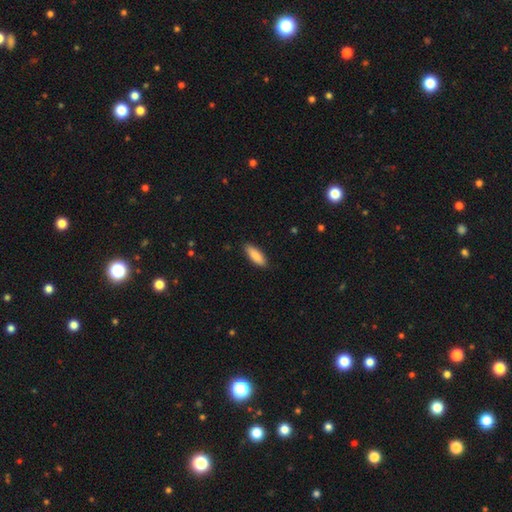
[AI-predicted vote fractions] Smooth or featured? Predicted: smooth (p=0.88). How rounded? Predicted: in between (p=0.58). Merging? Predicted: none (p=0.87).